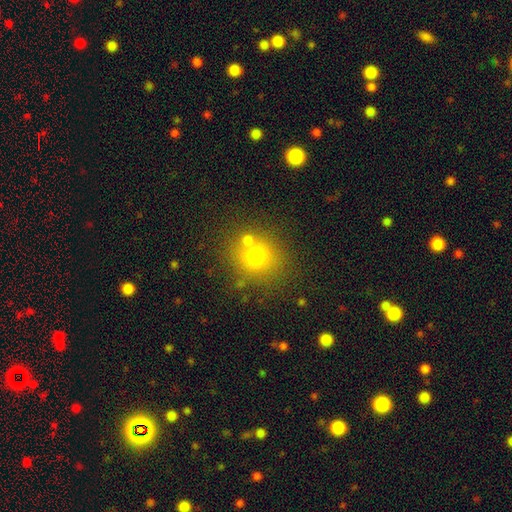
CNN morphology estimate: A smooth galaxy with no disk features (72%) that is round (85%). Merging: none (69%).